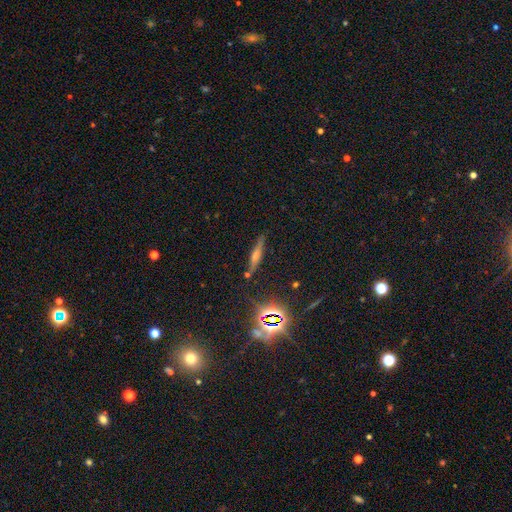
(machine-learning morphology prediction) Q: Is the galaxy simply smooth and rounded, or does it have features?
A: featured or disk — 44%.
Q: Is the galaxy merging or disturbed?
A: none — 81%.